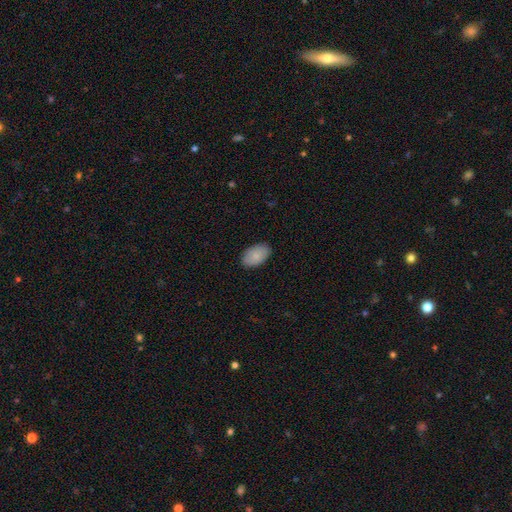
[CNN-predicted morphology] smooth-or-featured: smooth: 86% | featured or disk: 8% | star or artifact: 6%
  how-rounded: in between: 93% | round: 5% | cigar-shaped: 1%
  merging: none: 87% | minor disturbance: 10% | major disturbance: 2% | merger: 1%